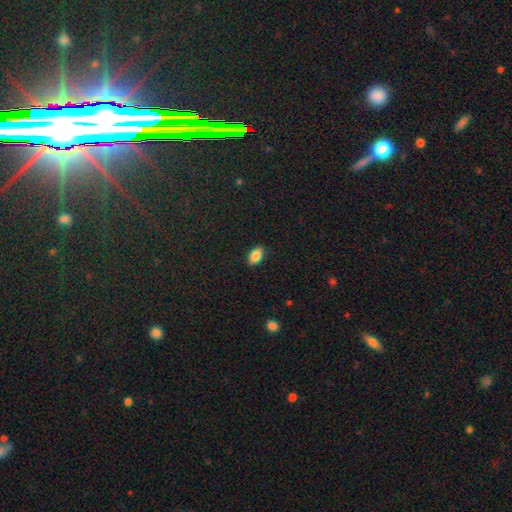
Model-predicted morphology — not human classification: Smooth or featured: smooth — 85% (star or artifact — 8%)
How rounded: in between — 91% (round — 5%)
Merging: none — 88% (minor disturbance — 9%)